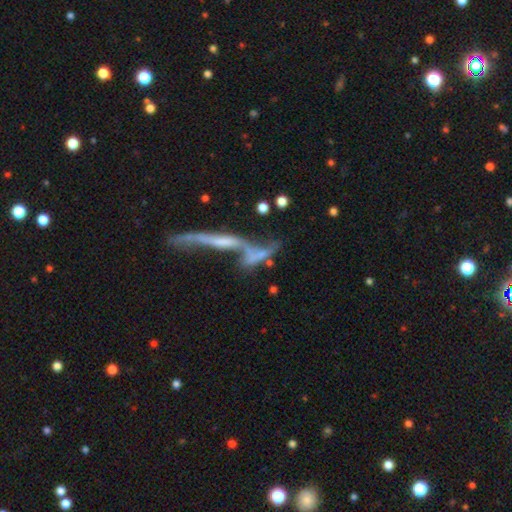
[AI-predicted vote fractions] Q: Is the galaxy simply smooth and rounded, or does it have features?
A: smooth — 43%, tied with featured or disk.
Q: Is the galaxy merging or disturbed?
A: merger — 60%.